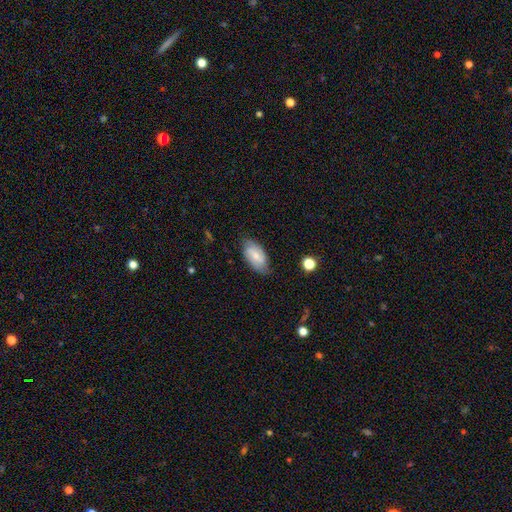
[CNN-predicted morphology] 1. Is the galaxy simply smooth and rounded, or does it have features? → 50% featured or disk, 43% smooth, 7% star or artifact.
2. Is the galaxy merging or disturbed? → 75% none, 19% minor disturbance, 4% major disturbance, 1% merger.